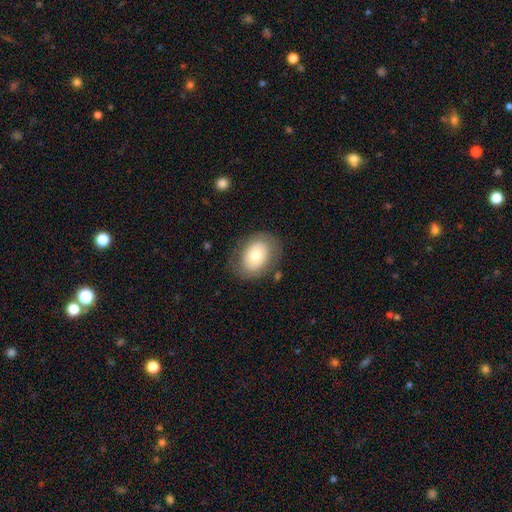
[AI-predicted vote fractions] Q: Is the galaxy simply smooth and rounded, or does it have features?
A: smooth — 67%.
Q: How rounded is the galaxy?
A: in between — 68%.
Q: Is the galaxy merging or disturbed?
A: none — 78%.